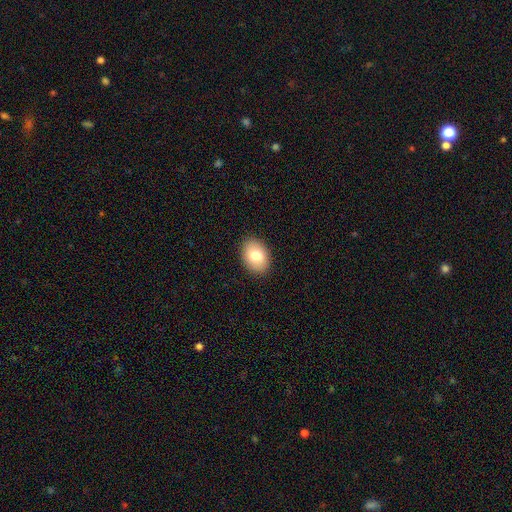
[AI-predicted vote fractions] Smooth or featured? smooth (79%)
How rounded? in between (77%)
Merging? none (89%)